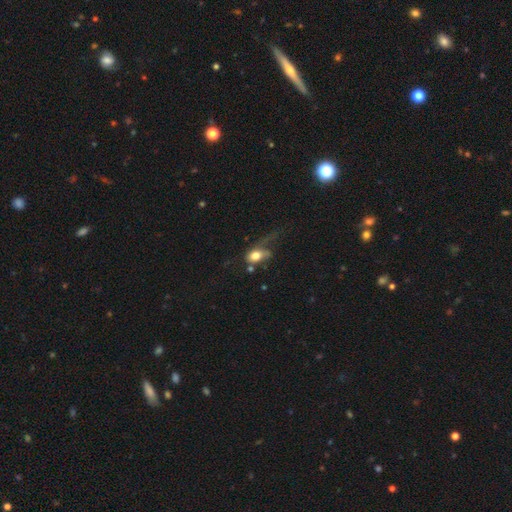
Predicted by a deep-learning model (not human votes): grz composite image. It shows a smooth galaxy with no disk features (68%) that is in between round and cigar-shaped (69%). Merging: major disturbance (49%).